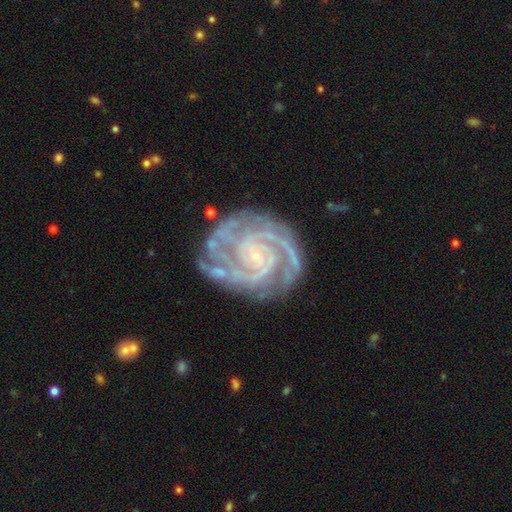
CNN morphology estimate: featured or disk 92%, star or artifact 5%, smooth 3%. Down the decision tree: edge-on disk — no (98%); bar — no (62%); spiral arms — yes (99%); spiral arm count — 2 (36%); spiral winding — tight (74%); bulge size — small (87%); merging — none (74%).